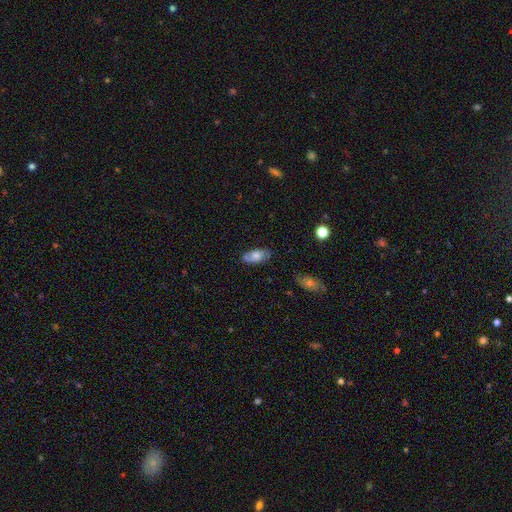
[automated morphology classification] smooth 59%, featured or disk 33%, star or artifact 8%. Down the decision tree: how rounded — in between (89%); merging — none (74%).